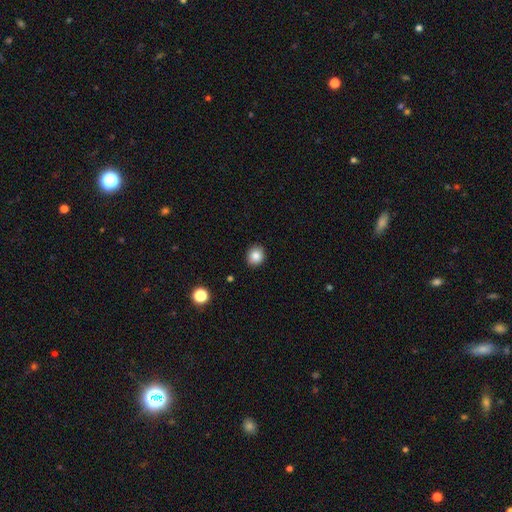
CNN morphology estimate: smooth-or-featured: smooth: 85% | star or artifact: 10% | featured or disk: 6%
  how-rounded: round: 81% | in between: 18% | cigar-shaped: 1%
  merging: none: 90% | minor disturbance: 7% | major disturbance: 2% | merger: 1%